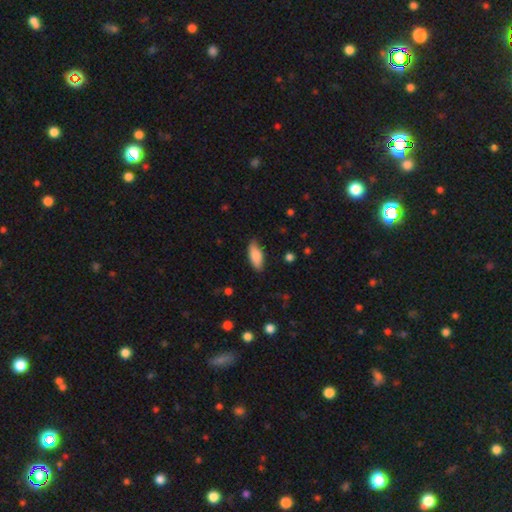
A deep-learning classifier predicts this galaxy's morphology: Smooth or featured? Predicted: smooth (p=0.84). How rounded? Predicted: in between (p=0.77). Merging? Predicted: none (p=0.80).